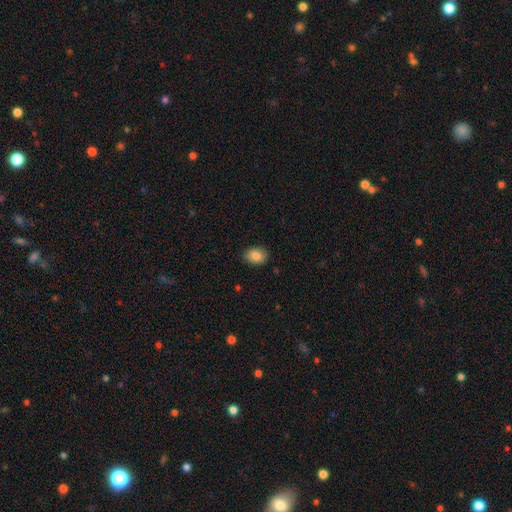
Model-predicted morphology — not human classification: This is clearly a smooth galaxy (85%). How rounded: likely in between (69%). Merging: clearly none (86%).